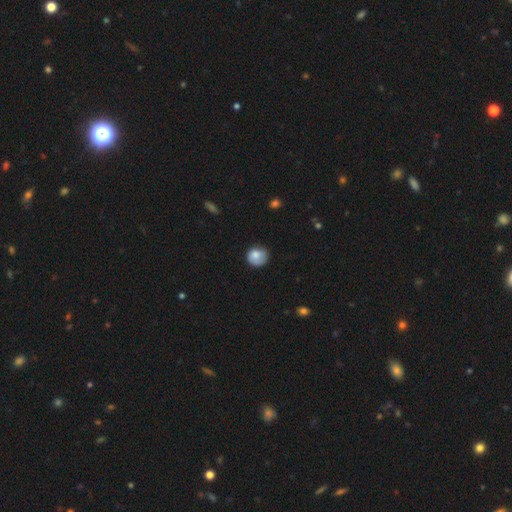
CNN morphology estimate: Smooth or featured: smooth — 79% (featured or disk — 13%)
How rounded: round — 83% (in between — 16%)
Merging: none — 65% (minor disturbance — 26%)